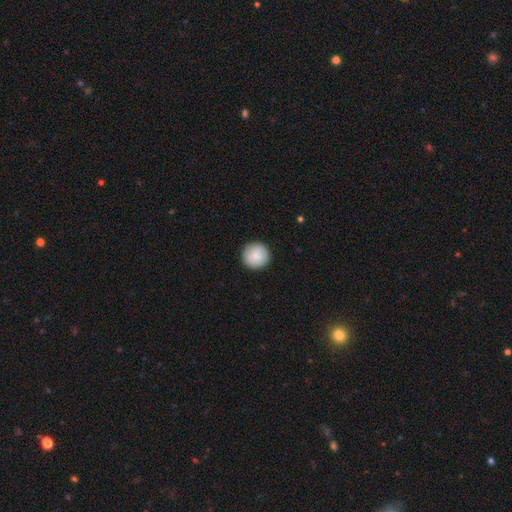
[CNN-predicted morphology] Smooth or featured? smooth (87%)
How rounded? round (96%)
Merging? none (92%)